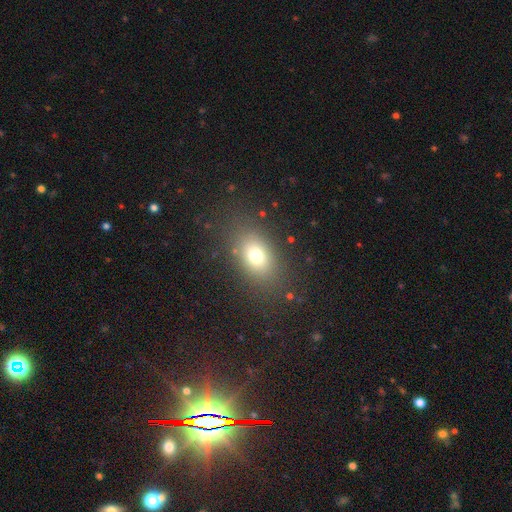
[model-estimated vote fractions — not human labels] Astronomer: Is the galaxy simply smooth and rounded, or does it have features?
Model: smooth — 73%.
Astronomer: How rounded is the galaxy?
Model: in between — 74%.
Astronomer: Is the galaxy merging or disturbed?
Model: none — 82%.